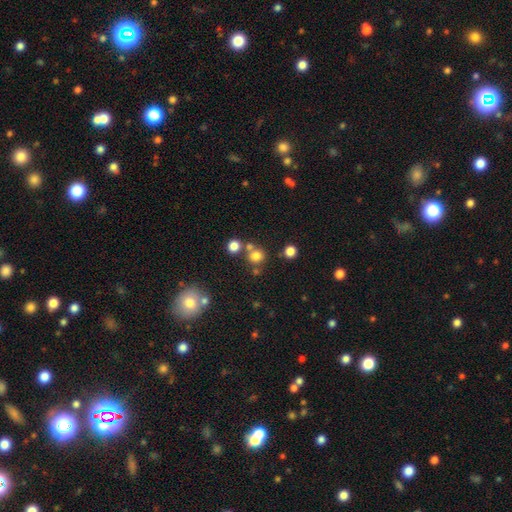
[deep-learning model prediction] This appears to be a smooth galaxy with no disk features (74%) that is round (85%). Merging: none (64%).